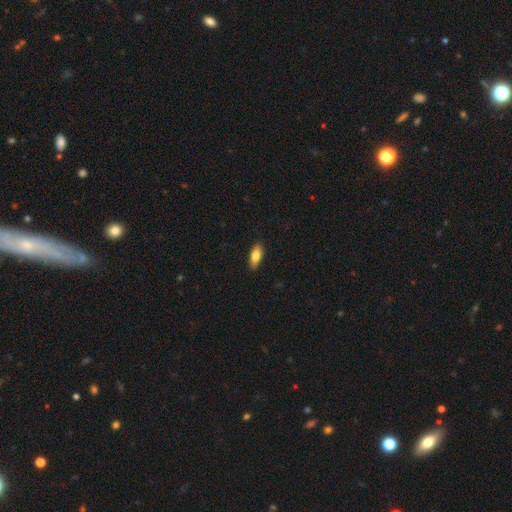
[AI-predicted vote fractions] smooth 80%, featured or disk 14%, star or artifact 6%. Down the decision tree: how rounded — in between (79%); merging — none (88%).